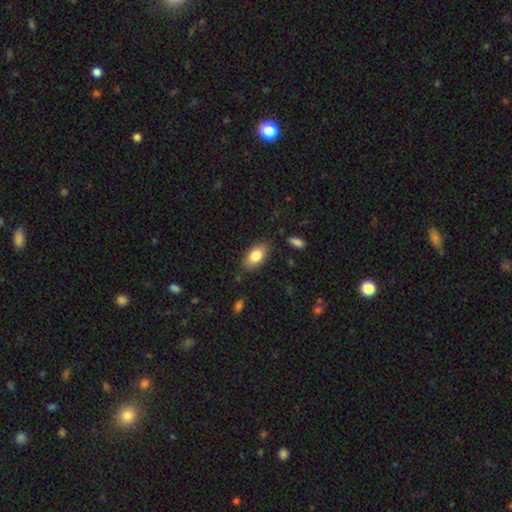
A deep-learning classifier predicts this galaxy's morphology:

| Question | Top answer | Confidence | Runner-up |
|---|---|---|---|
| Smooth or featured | smooth | 82% | featured or disk (11%) |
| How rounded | in between | 91% | round (6%) |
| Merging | none | 80% | minor disturbance (15%) |